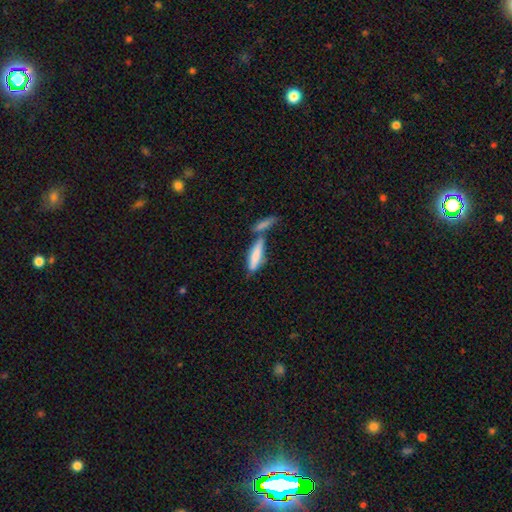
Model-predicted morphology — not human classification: type=smooth (77%); roundness=cigar-shaped (67%); merging=merger (44%).